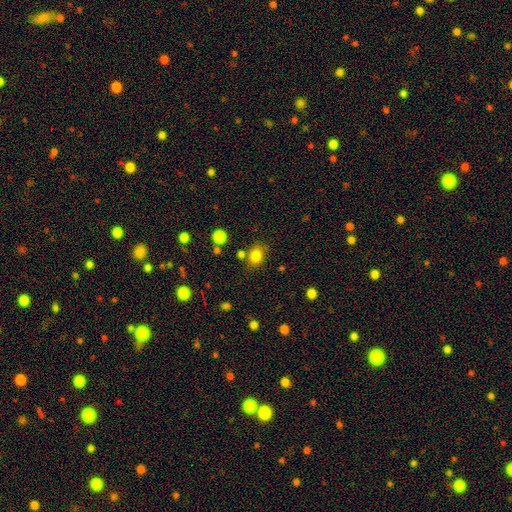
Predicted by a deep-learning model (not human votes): Overall: smooth (82%). How rounded: in between (55%; round 44%). Merging: none (72%).